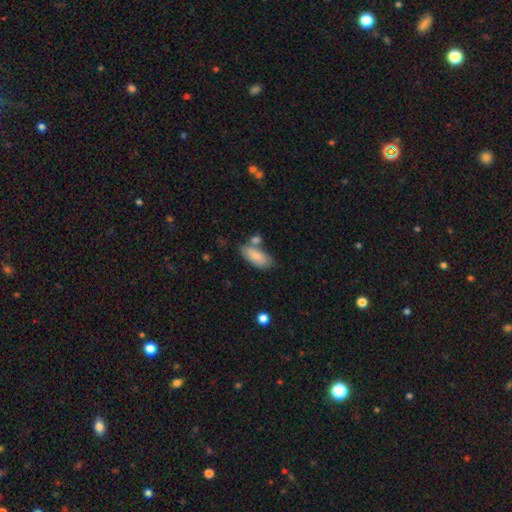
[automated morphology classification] The model was most divided on "merging": none: 54%, merger: 22%, minor disturbance: 19%, major disturbance: 5%. More confident: how rounded — in between (86%); smooth or featured — smooth (83%).